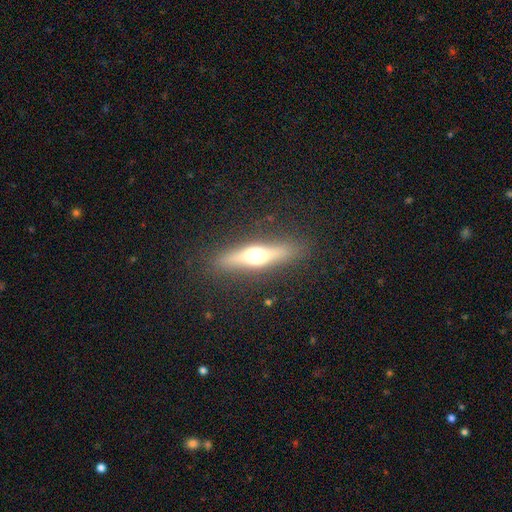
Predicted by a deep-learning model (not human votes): This appears to be a featured or disk galaxy (57%) viewed edge-on (89%) with a rounded central bulge (94%). Merging: none (86%).